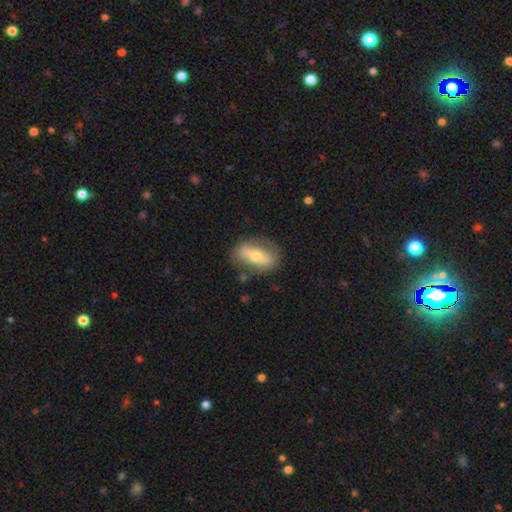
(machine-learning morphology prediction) Smooth or featured: smooth — 50% (featured or disk — 43%)
Merging: none — 76% (minor disturbance — 16%)